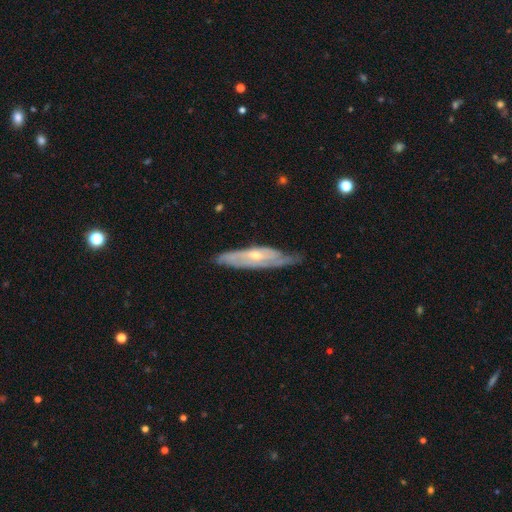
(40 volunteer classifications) Overall: featured or disk (72%). Edge-on disk: yes (66%; no 34%). Edge-on bulge: rounded (68%; none 32%). Merging: none (76%).